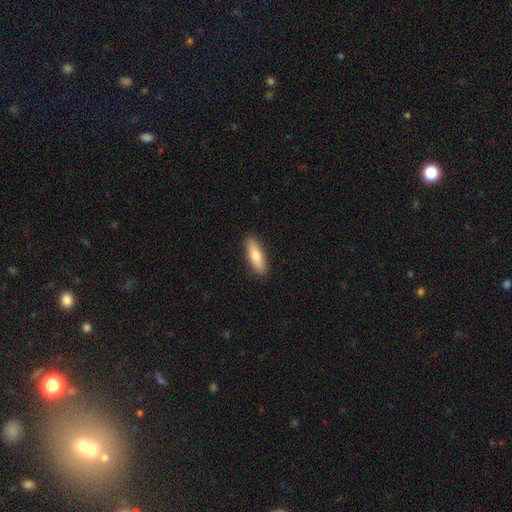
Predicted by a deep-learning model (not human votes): A smooth galaxy with no disk features (73%) that is cigar-shaped (58%).

Vote fractions:
- Smooth or featured? smooth: 73% / featured or disk: 22% / star or artifact: 6%
- How rounded? cigar-shaped: 58% / in between: 40% / round: 2%
- Merging? none: 90% / minor disturbance: 8% / major disturbance: 2% / merger: 1%